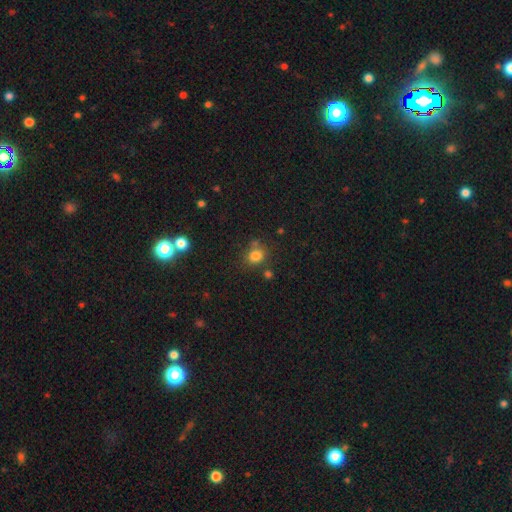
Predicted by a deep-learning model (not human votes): smooth_or_featured: smooth (p=0.80) [alt: star or artifact p=0.14]
how_rounded: round (p=0.65) [alt: in between p=0.34]
merging: none (p=0.68) [alt: minor disturbance p=0.15]